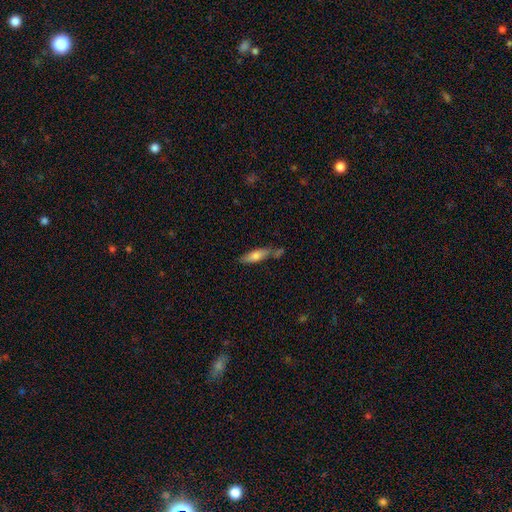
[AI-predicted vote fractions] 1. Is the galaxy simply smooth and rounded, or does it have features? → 72% smooth, 21% featured or disk, 7% star or artifact.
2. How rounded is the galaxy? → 53% cigar-shaped, 44% in between, 2% round.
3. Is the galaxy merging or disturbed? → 55% none, 20% minor disturbance, 19% merger, 6% major disturbance.